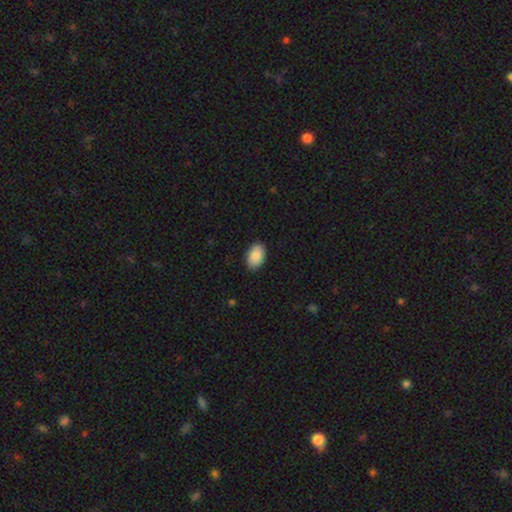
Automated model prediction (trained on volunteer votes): Smooth or featured? smooth (89%)
How rounded? in between (92%)
Merging? none (87%)